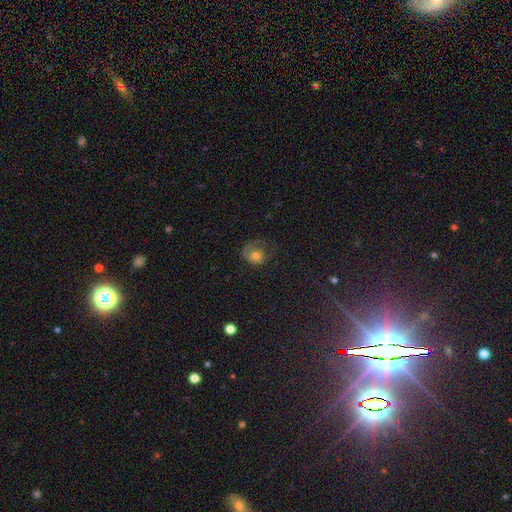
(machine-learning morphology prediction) Overall: smooth (58%; featured or disk 31%). How rounded: round (67%; in between 32%). Merging: none (42%; major disturbance 31%).